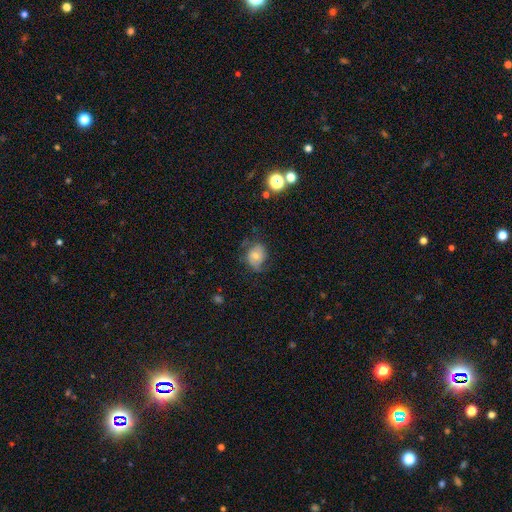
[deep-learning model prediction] Morphology: type=smooth (45%); merging=none (54%).